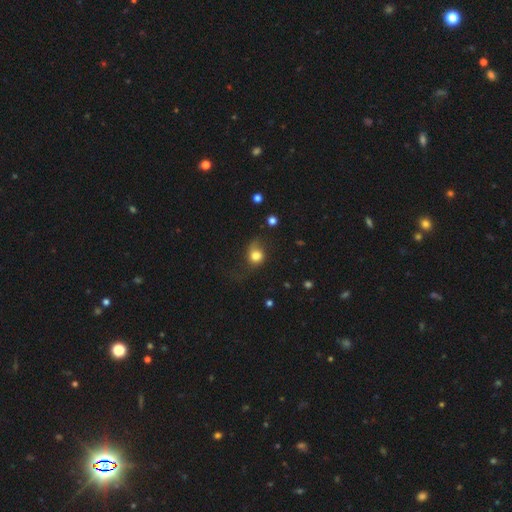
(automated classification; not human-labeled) smooth 72%, featured or disk 17%, star or artifact 11%. Down the decision tree: how rounded — round (69%); merging — none (41%).